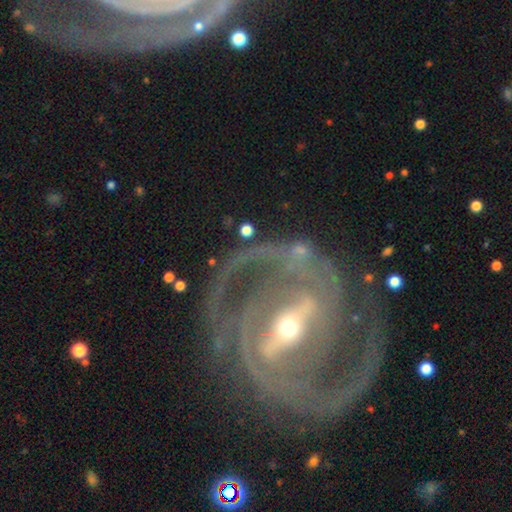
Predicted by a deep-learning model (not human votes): This is clearly a featured or disk galaxy (91%). It is clearly not viewed edge-on (96%). Bar: likely strong (74%). Spiral arm pattern: clearly yes (94%). Spiral arm count: likely 2 (74%). Spiral winding: marginally tight (45%). Central bulge: likely small (63%). Merging: likely none (71%).